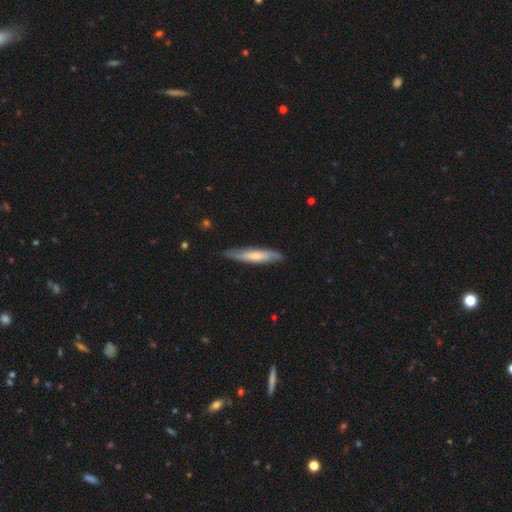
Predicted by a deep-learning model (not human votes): Smooth or featured? Predicted: smooth (p=0.54). How rounded? Predicted: cigar-shaped (p=0.83). Merging? Predicted: none (p=0.82).